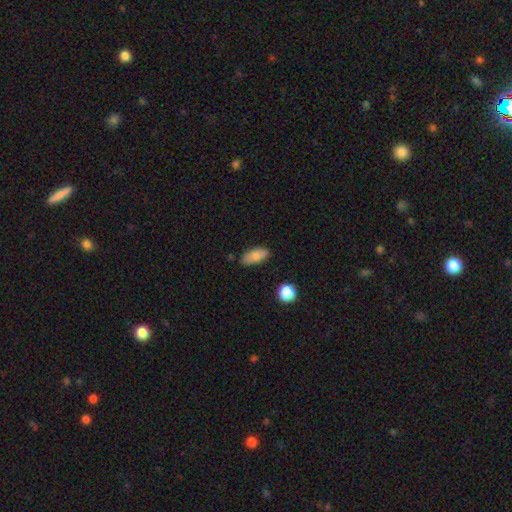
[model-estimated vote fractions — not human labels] Q: Smooth or featured?
A: smooth (78%); runner-up: featured or disk (14%)
Q: How rounded?
A: in between (88%); runner-up: cigar-shaped (8%)
Q: Merging?
A: none (78%); runner-up: minor disturbance (17%)